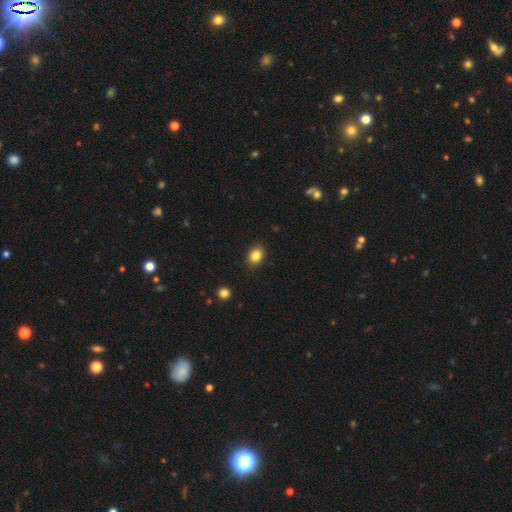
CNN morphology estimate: Overall: smooth (85%). How rounded: in between (58%; round 41%). Merging: none (88%).